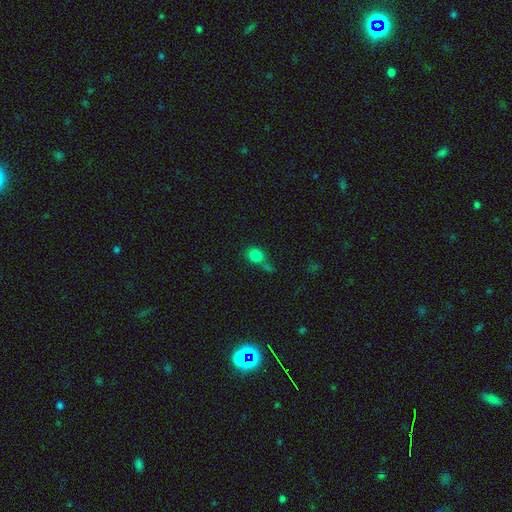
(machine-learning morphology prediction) Smooth or featured? smooth (82%)
How rounded? round (65%)
Merging? none (45%)